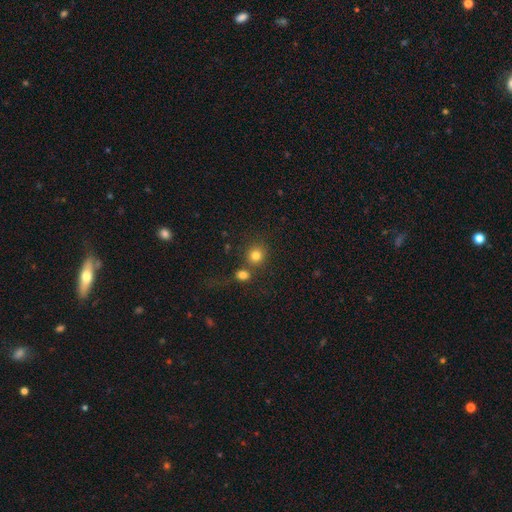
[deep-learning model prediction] smooth 80%, star or artifact 13%, featured or disk 8%. Down the decision tree: how rounded — round (87%); merging — none (63%).